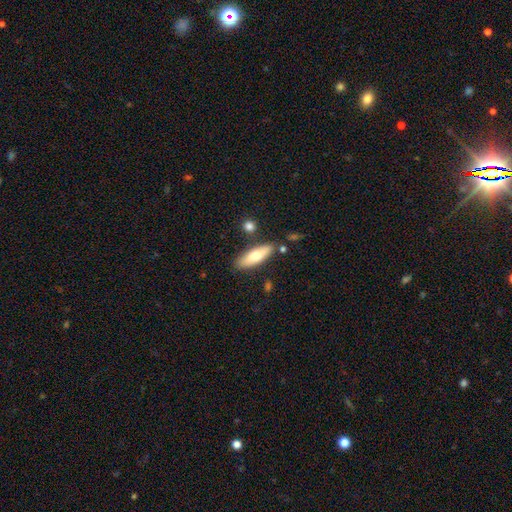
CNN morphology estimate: A smooth galaxy with no disk features (67%) that is in between round and cigar-shaped (54%). Merging: none (81%).